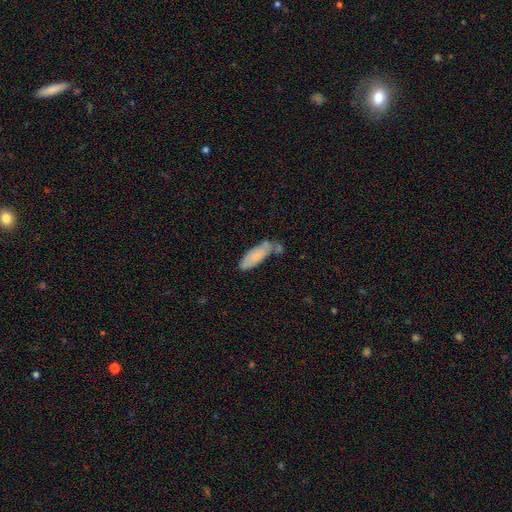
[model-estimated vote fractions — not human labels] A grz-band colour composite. It shows a smooth galaxy with no disk features (72%) that is in between round and cigar-shaped (60%). Merging: none (42%).